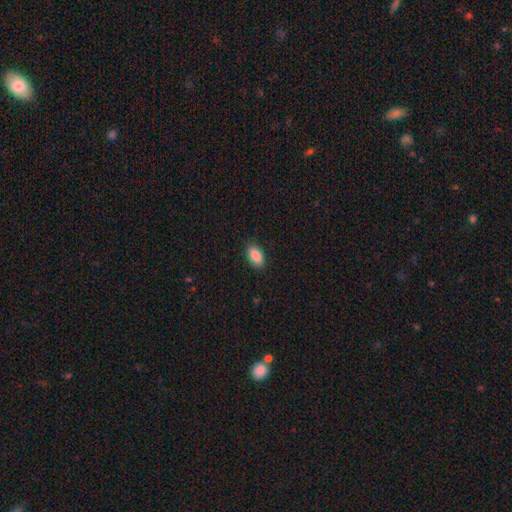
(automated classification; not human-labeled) Morphology: type=smooth (90%); roundness=in between (92%); merging=none (89%).